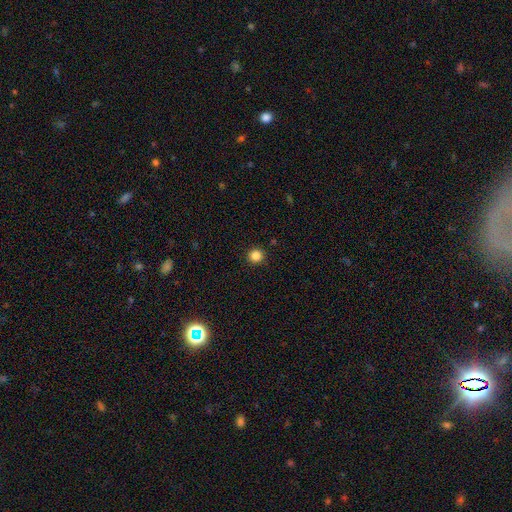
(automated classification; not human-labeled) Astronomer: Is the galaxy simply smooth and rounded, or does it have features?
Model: smooth — 85%.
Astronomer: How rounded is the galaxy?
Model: round — 95%.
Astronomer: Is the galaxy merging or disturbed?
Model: none — 92%.